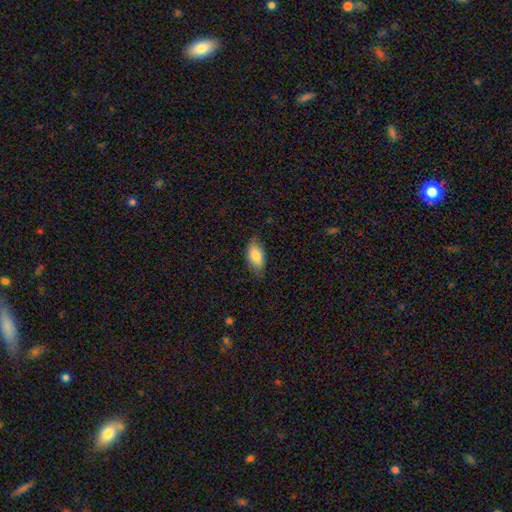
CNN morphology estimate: smooth_or_featured: smooth (p=0.81) [alt: featured or disk p=0.13]
how_rounded: in between (p=0.93) [alt: round p=0.04]
merging: none (p=0.72) [alt: minor disturbance p=0.22]